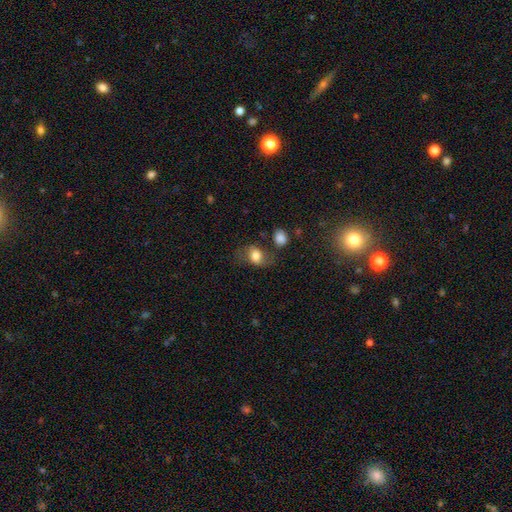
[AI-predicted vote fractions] A smooth galaxy with no disk features (71%) that is in between round and cigar-shaped (70%).

Vote fractions:
- Smooth or featured? smooth: 71% / featured or disk: 19% / star or artifact: 9%
- How rounded? in between: 70% / round: 28% / cigar-shaped: 2%
- Merging? none: 54% / minor disturbance: 24% / major disturbance: 13% / merger: 9%